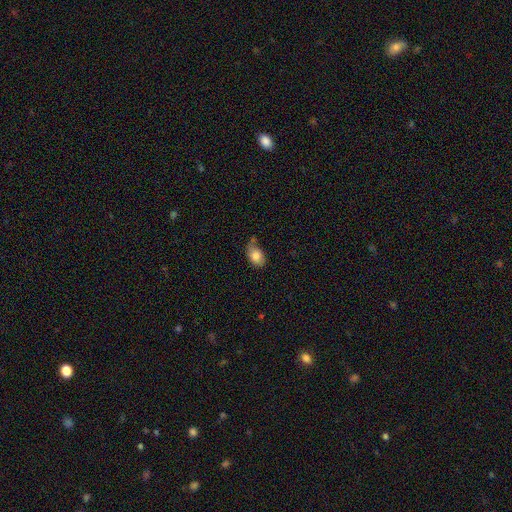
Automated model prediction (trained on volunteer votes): smooth_or_featured: smooth (p=0.80) [alt: featured or disk p=0.13]
how_rounded: in between (p=0.81) [alt: round p=0.18]
merging: minor disturbance (p=0.37) [tied with: none p=0.37]